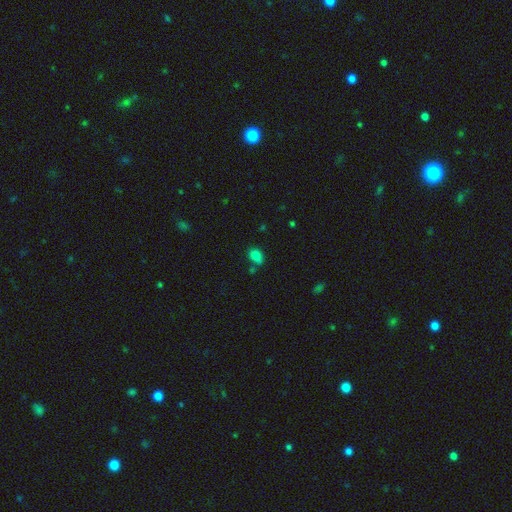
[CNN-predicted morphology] Smooth or featured? Predicted: smooth (p=0.81). How rounded? Predicted: in between (p=0.68). Merging? Predicted: none (p=0.63).